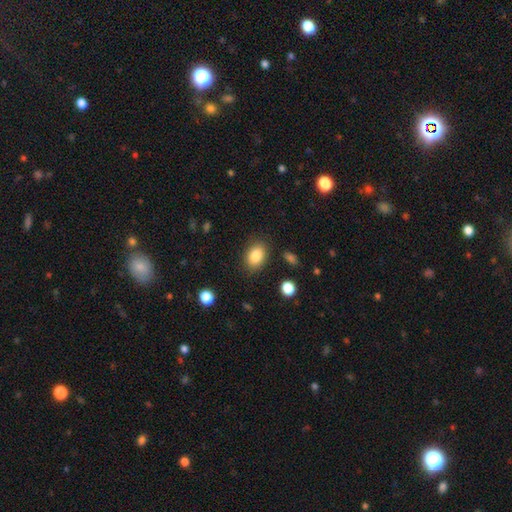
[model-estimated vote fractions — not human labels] A smooth galaxy with no disk features (85%) that is in between round and cigar-shaped (77%).

Vote fractions:
- Smooth or featured? smooth: 85% / star or artifact: 8% / featured or disk: 7%
- How rounded? in between: 77% / round: 22% / cigar-shaped: 1%
- Merging? none: 84% / minor disturbance: 11% / major disturbance: 3% / merger: 2%